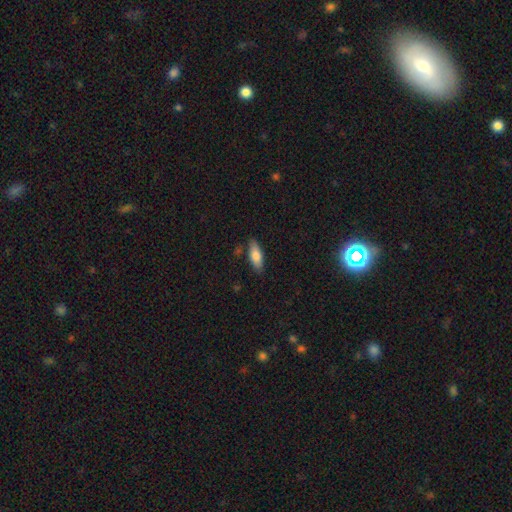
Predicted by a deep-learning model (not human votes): smooth_or_featured: smooth (p=0.79) [alt: featured or disk p=0.15]
how_rounded: in between (p=0.68) [alt: cigar-shaped p=0.30]
merging: none (p=0.81) [alt: minor disturbance p=0.13]